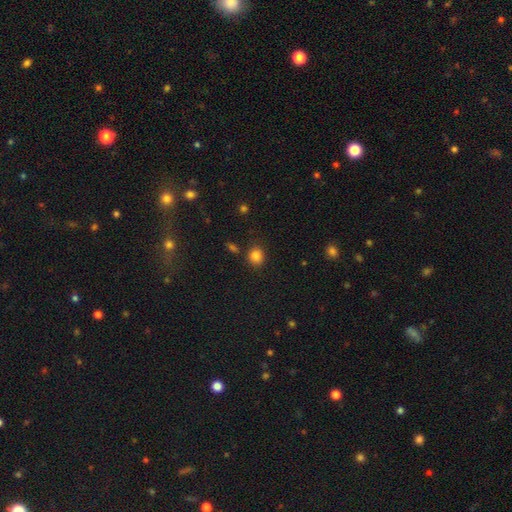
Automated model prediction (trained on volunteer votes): smooth_or_featured: smooth (p=0.84) [alt: star or artifact p=0.12]
how_rounded: round (p=0.78) [alt: in between p=0.21]
merging: none (p=0.82) [alt: minor disturbance p=0.11]